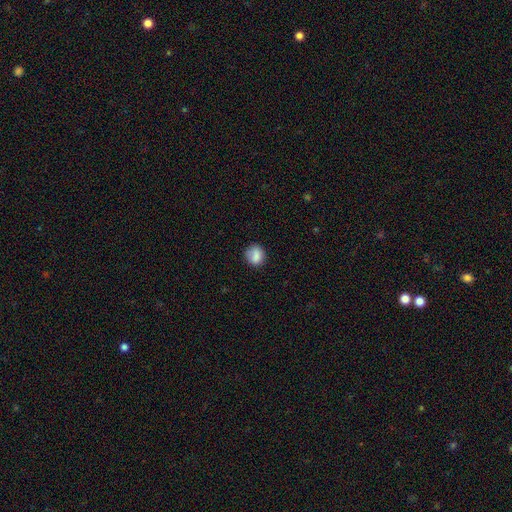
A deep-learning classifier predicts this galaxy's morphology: A smooth galaxy with no disk features (83%) that is round (72%). Merging: none (75%).